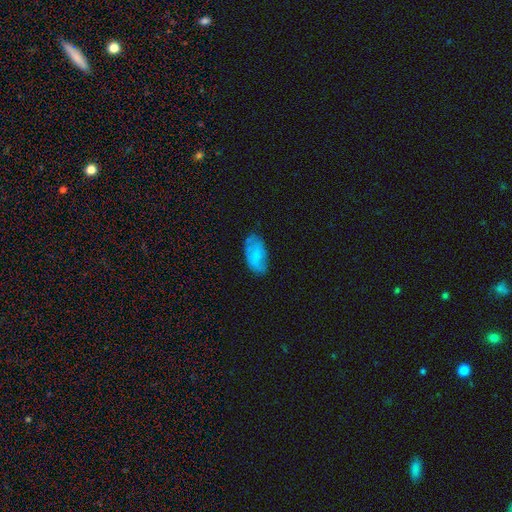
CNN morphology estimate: A smooth galaxy with no disk features (63%) that is in between round and cigar-shaped (94%). Merging: none (67%).